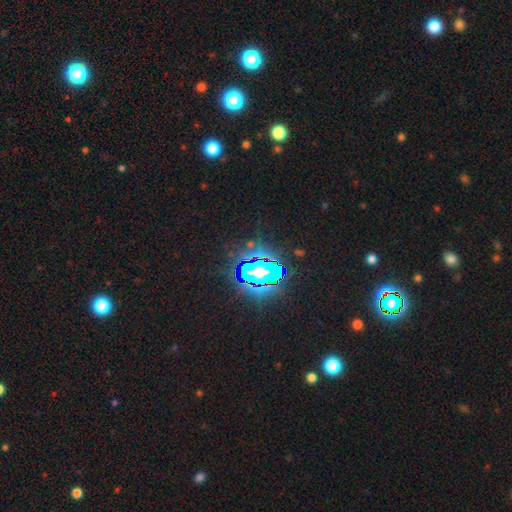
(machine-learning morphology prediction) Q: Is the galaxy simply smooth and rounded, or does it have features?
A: star or artifact — 82%.